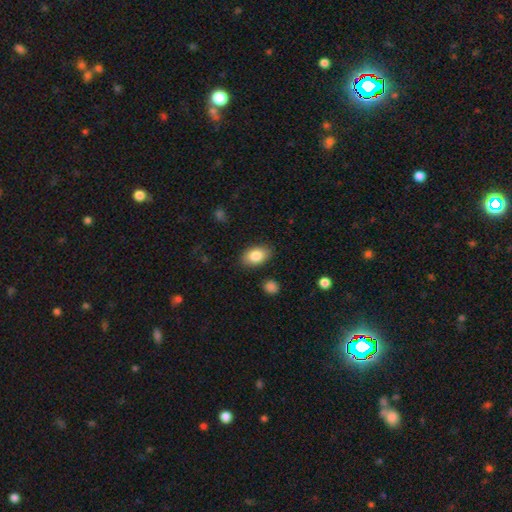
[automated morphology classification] This is clearly a smooth galaxy (84%). How rounded: clearly in between (90%). Merging: clearly none (85%).